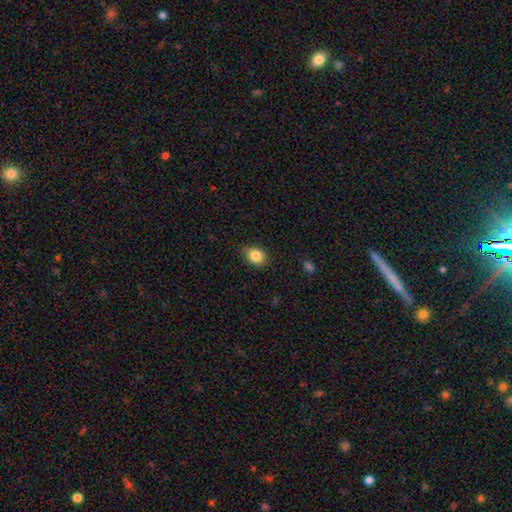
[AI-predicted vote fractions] Overall: smooth (84%). How rounded: in between (53%; round 46%). Merging: none (78%).